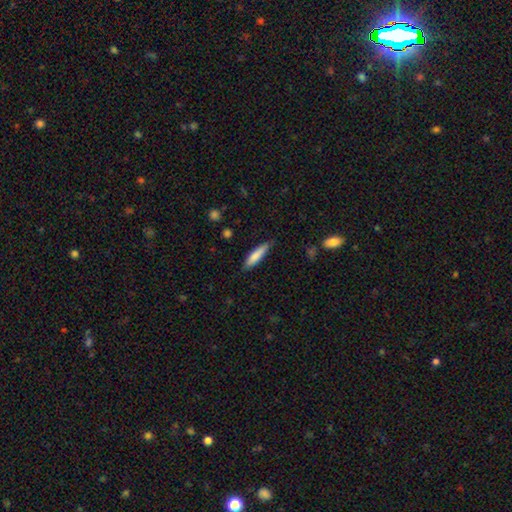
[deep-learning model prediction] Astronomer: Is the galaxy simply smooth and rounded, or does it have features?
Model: smooth — 80%.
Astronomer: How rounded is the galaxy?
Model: cigar-shaped — 80%.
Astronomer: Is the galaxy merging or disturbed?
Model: none — 80%.